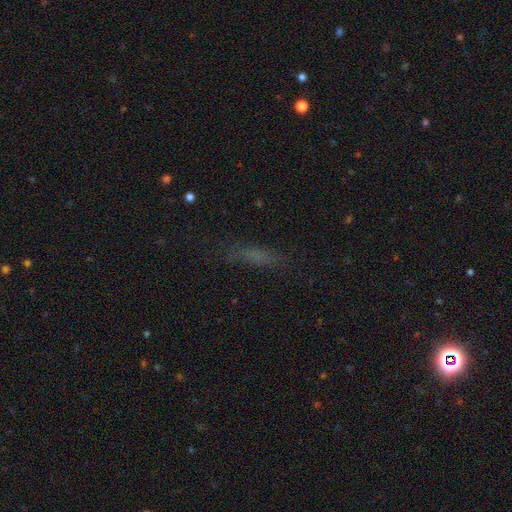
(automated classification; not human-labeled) Overall: smooth (58%; featured or disk 21%). How rounded: cigar-shaped (74%). Merging: none (74%).